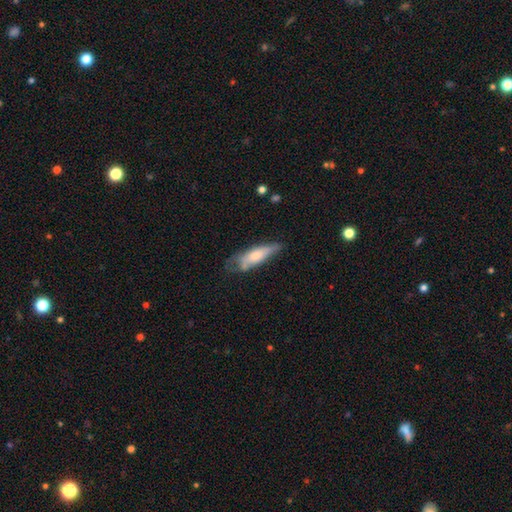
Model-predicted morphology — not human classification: Smooth or featured? smooth (61%)
How rounded? cigar-shaped (52%)
Merging? none (44%)